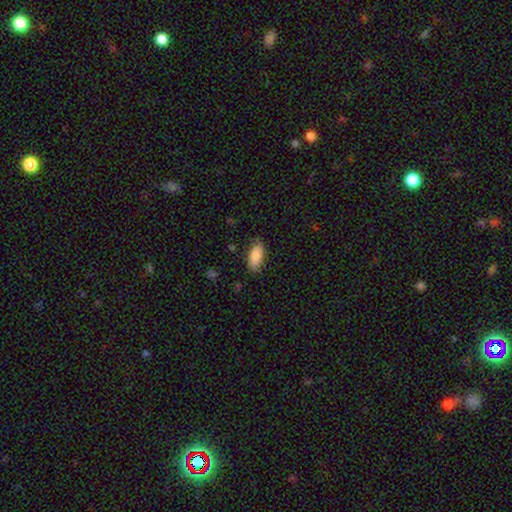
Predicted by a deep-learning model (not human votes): Q: Smooth or featured?
A: smooth (87%); runner-up: featured or disk (7%)
Q: How rounded?
A: in between (89%); runner-up: cigar-shaped (10%)
Q: Merging?
A: none (81%); runner-up: minor disturbance (15%)